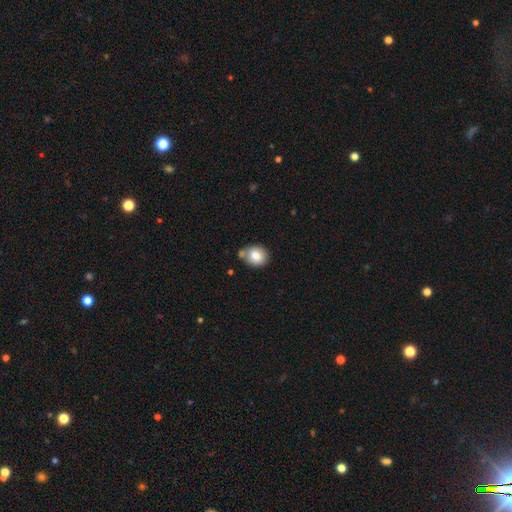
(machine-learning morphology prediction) A smooth galaxy with no disk features (82%) that is round (65%).

Vote fractions:
- Smooth or featured? smooth: 82% / featured or disk: 10% / star or artifact: 9%
- How rounded? round: 65% / in between: 34% / cigar-shaped: 1%
- Merging? none: 64% / minor disturbance: 17% / merger: 15% / major disturbance: 4%